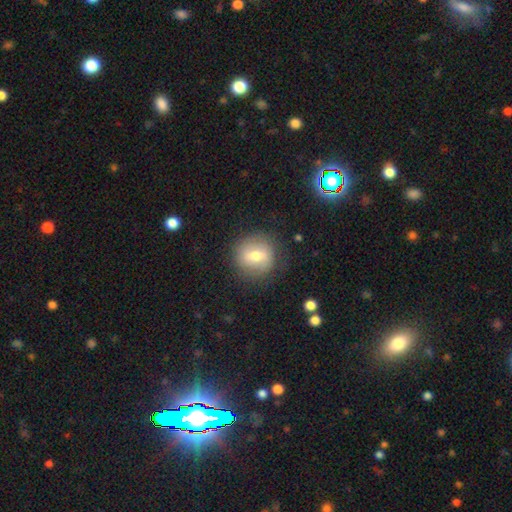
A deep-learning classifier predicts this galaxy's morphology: Smooth or featured?
  - smooth: 57% *
  - featured or disk: 34%
  - star or artifact: 9%
How rounded?
  - round: 88% *
  - in between: 11%
  - cigar-shaped: 1%
Merging?
  - none: 83% *
  - minor disturbance: 11%
  - major disturbance: 5%
  - merger: 1%